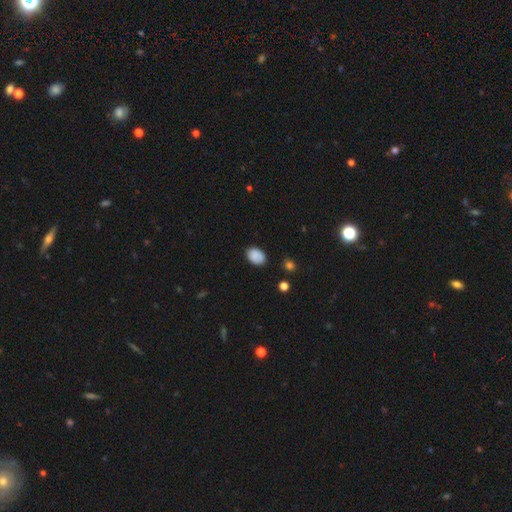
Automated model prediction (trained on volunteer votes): smooth_or_featured: smooth (p=0.85) [alt: star or artifact p=0.09]
how_rounded: in between (p=0.78) [alt: round p=0.21]
merging: none (p=0.79) [alt: minor disturbance p=0.16]